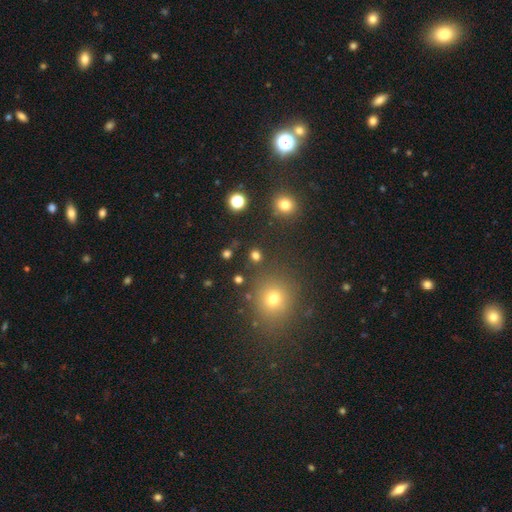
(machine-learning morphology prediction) smooth 72%, star or artifact 22%, featured or disk 5%. Down the decision tree: how rounded — round (84%); merging — none (85%).